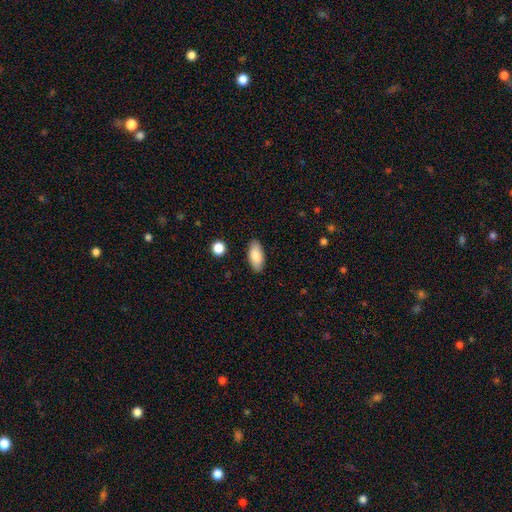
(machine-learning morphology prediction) Smooth or featured? Predicted: smooth (p=0.84). How rounded? Predicted: in between (p=0.87). Merging? Predicted: none (p=0.88).